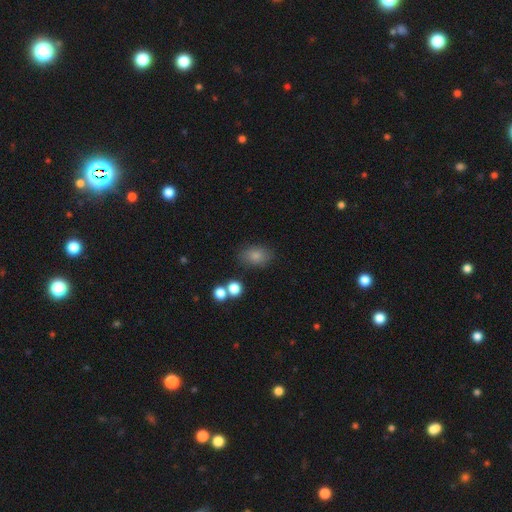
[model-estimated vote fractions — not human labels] smooth_or_featured: smooth (p=0.81) [alt: star or artifact p=0.10]
how_rounded: in between (p=0.79) [alt: round p=0.20]
merging: none (p=0.76) [alt: minor disturbance p=0.14]